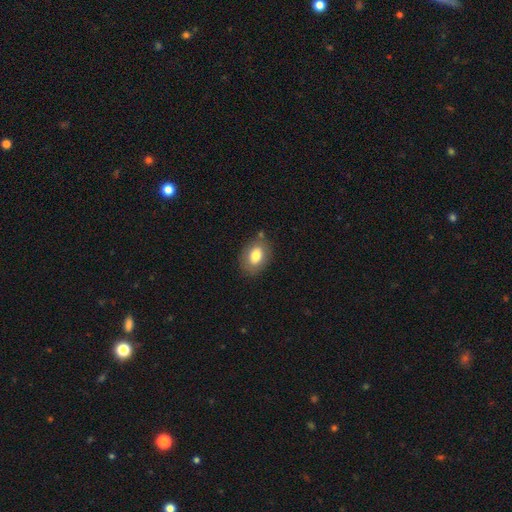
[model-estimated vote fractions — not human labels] This is likely a smooth galaxy (78%). How rounded: clearly in between (81%). Merging: likely none (79%).